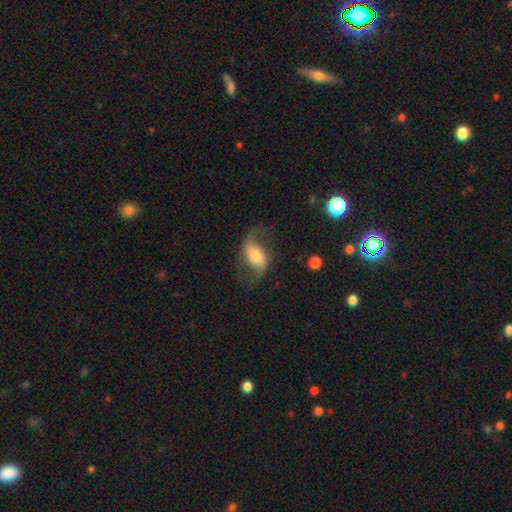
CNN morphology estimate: Overall: featured or disk (75%). Edge-on disk: no (95%). Bar: weak (39%; no 33%). Spiral arms: yes (92%). Spiral arm count: 2 (91%). Spiral winding: loose (73%). Bulge size: moderate (53%; small 28%). Merging: none (66%).